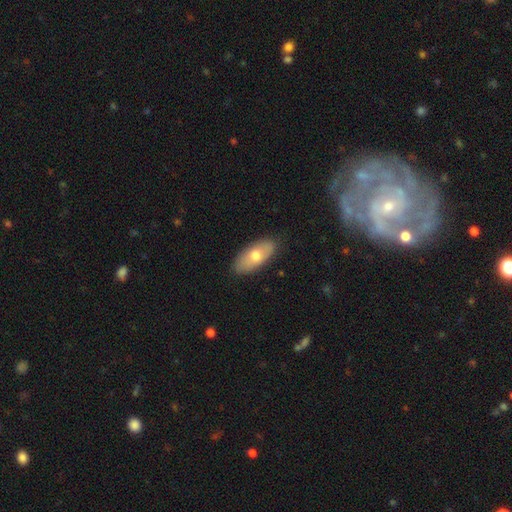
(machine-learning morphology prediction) This appears to be a smooth galaxy with no disk features (67%) that is in between round and cigar-shaped (88%). Merging: none (85%).